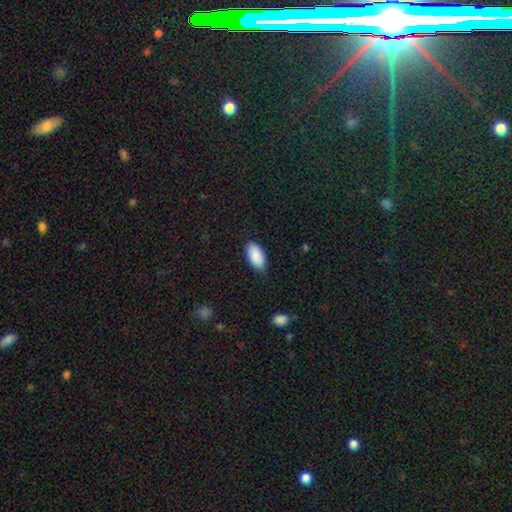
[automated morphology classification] A smooth galaxy with no disk features (89%) that is in between round and cigar-shaped (95%).

Vote fractions:
- Smooth or featured? smooth: 89% / star or artifact: 6% / featured or disk: 5%
- How rounded? in between: 95% / round: 3% / cigar-shaped: 2%
- Merging? none: 80% / minor disturbance: 16% / major disturbance: 3% / merger: 1%